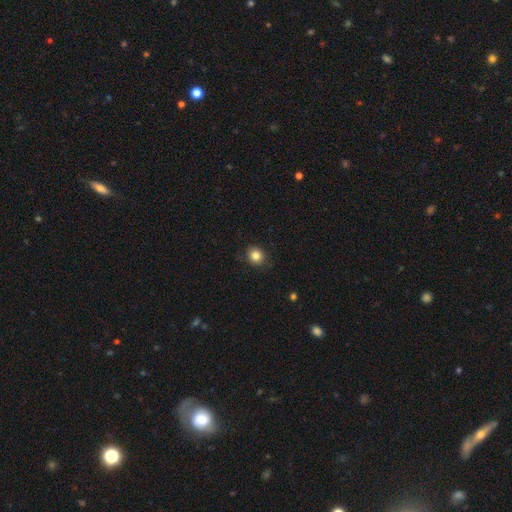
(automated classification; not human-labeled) A smooth galaxy with no disk features (84%) that is round (82%). Merging: none (89%).